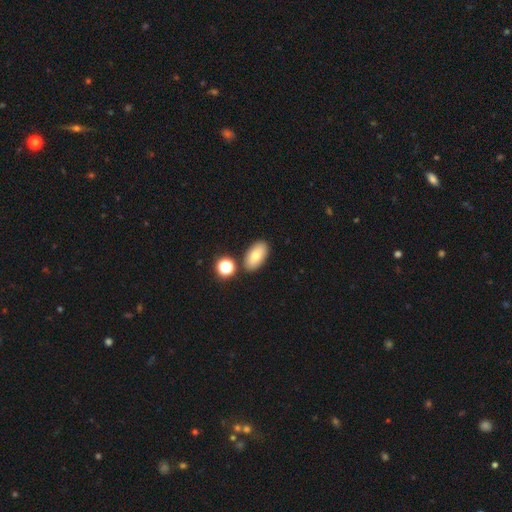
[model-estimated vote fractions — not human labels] This appears to be a smooth galaxy with no disk features (76%) that is in between round and cigar-shaped (92%). Merging: none (82%).